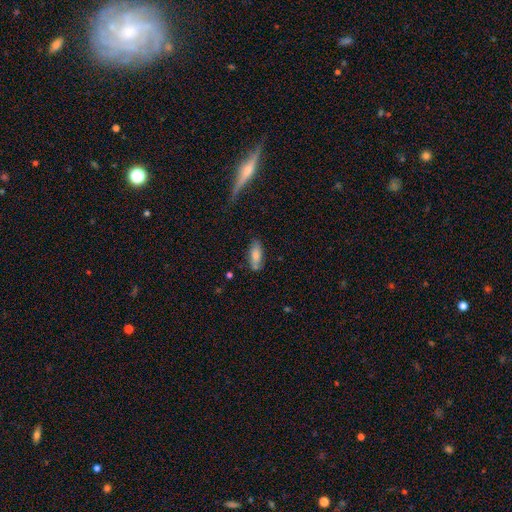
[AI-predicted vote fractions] A smooth galaxy with no disk features (71%) that is in between round and cigar-shaped (79%).

Vote fractions:
- Smooth or featured? smooth: 71% / featured or disk: 21% / star or artifact: 8%
- How rounded? in between: 79% / cigar-shaped: 18% / round: 2%
- Merging? none: 67% / minor disturbance: 23% / major disturbance: 6% / merger: 5%